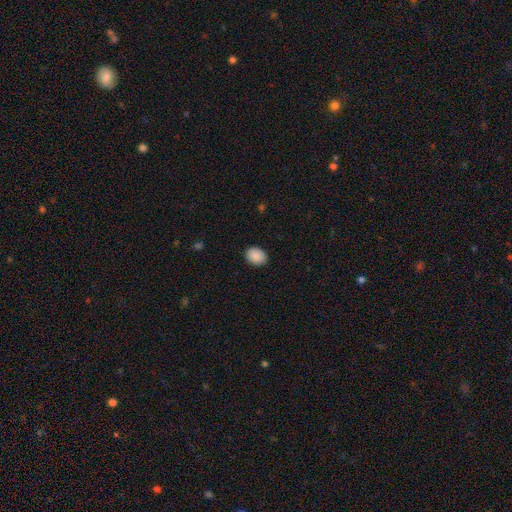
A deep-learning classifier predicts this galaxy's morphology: Smooth or featured? Predicted: smooth (p=0.90). How rounded? Predicted: in between (p=0.61). Merging? Predicted: none (p=0.89).